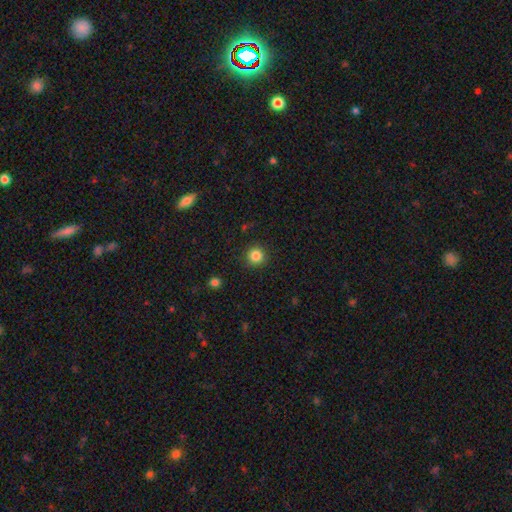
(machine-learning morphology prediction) Smooth or featured? Predicted: smooth (p=0.85). How rounded? Predicted: round (p=0.95). Merging? Predicted: none (p=0.91).